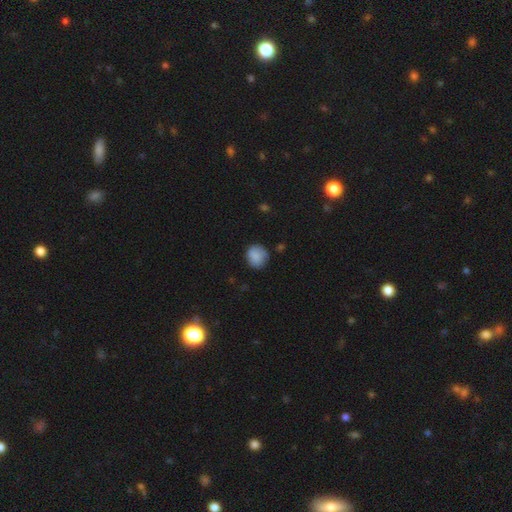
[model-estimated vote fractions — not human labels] Smooth or featured? smooth (85%)
How rounded? round (81%)
Merging? none (74%)